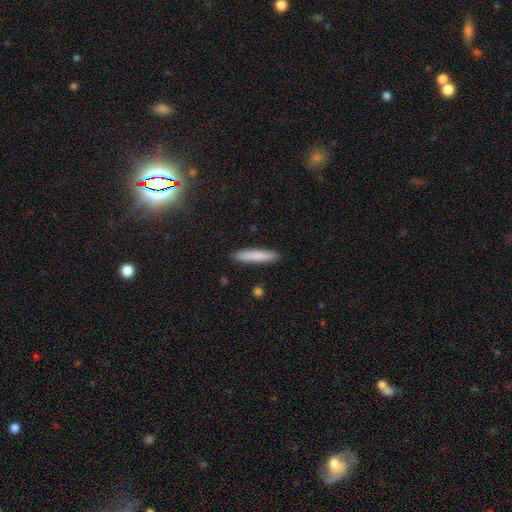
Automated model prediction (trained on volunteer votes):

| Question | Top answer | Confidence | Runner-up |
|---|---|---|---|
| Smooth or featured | smooth | 82% | featured or disk (11%) |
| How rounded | cigar-shaped | 91% | in between (8%) |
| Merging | none | 91% | minor disturbance (7%) |